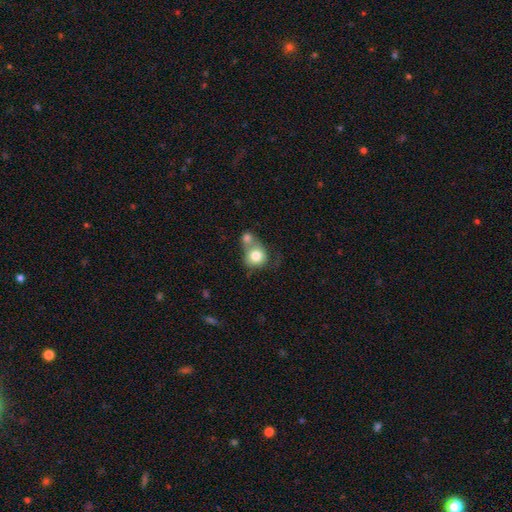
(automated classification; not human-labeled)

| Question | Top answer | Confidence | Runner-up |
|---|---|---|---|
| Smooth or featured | smooth | 78% | featured or disk (13%) |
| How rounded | round | 79% | in between (20%) |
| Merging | merger | 58% | none (25%) |